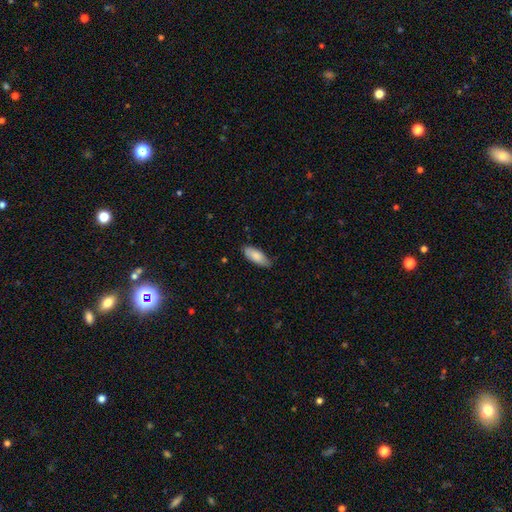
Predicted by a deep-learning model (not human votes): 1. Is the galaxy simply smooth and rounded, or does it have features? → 83% smooth, 11% featured or disk, 6% star or artifact.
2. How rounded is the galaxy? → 80% in between, 19% cigar-shaped, 2% round.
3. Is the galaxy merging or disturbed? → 76% none, 20% minor disturbance, 3% major disturbance, 1% merger.